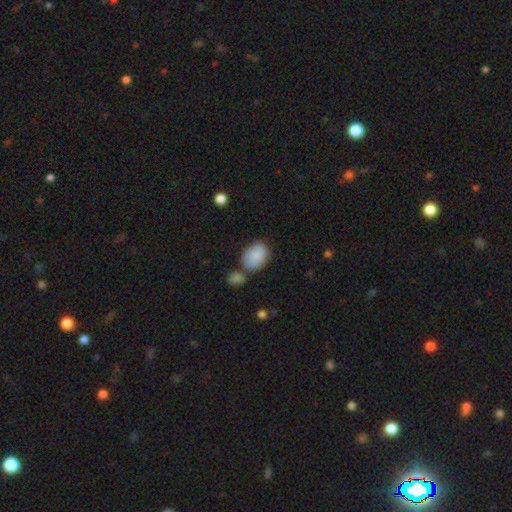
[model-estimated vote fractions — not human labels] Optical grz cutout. It shows a smooth galaxy with no disk features (85%) that is in between round and cigar-shaped (77%). Merging: none (52%).